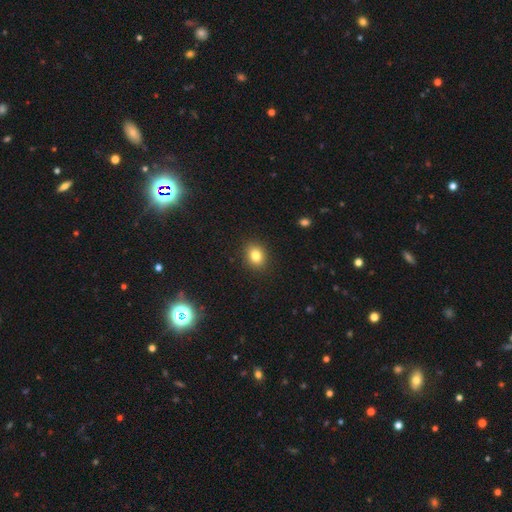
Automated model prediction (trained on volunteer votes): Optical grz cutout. It shows a smooth galaxy with no disk features (82%) that is round (56%). Merging: none (90%).